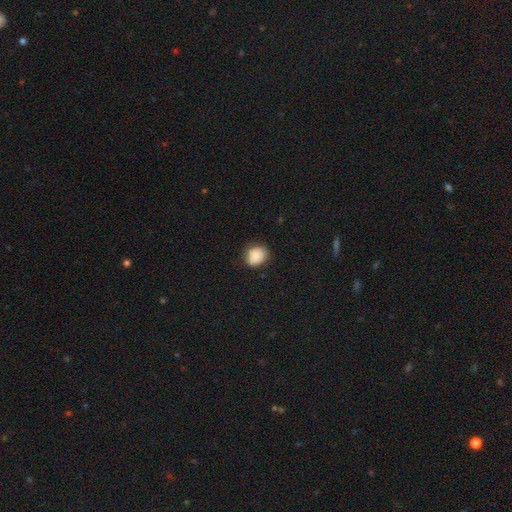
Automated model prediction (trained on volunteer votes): Smooth or featured?
  - smooth: 82% *
  - featured or disk: 9%
  - star or artifact: 9%
How rounded?
  - round: 63% *
  - in between: 36%
  - cigar-shaped: 1%
Merging?
  - none: 75% *
  - minor disturbance: 20%
  - major disturbance: 4%
  - merger: 1%